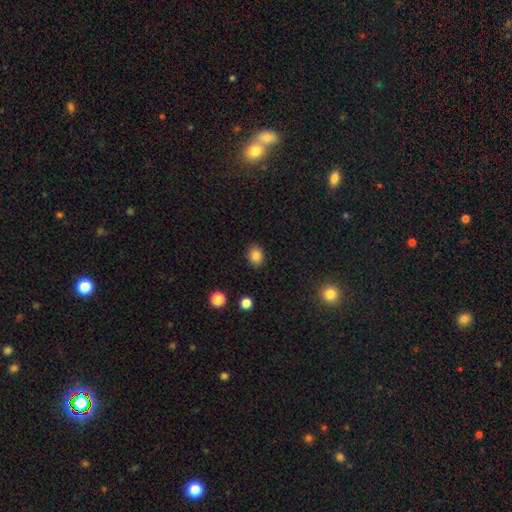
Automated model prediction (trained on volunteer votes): This is clearly a smooth galaxy (84%). How rounded: possibly round (50%). Merging: clearly none (88%).